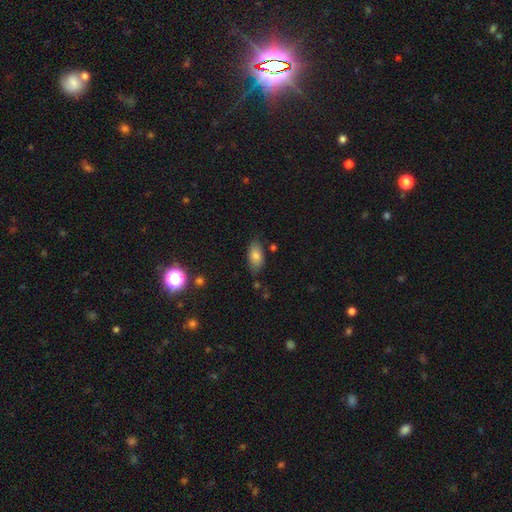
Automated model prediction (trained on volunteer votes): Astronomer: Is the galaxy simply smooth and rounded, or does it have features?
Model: smooth — 81%.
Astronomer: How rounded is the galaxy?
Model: in between — 92%.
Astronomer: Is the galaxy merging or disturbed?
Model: none — 74%.